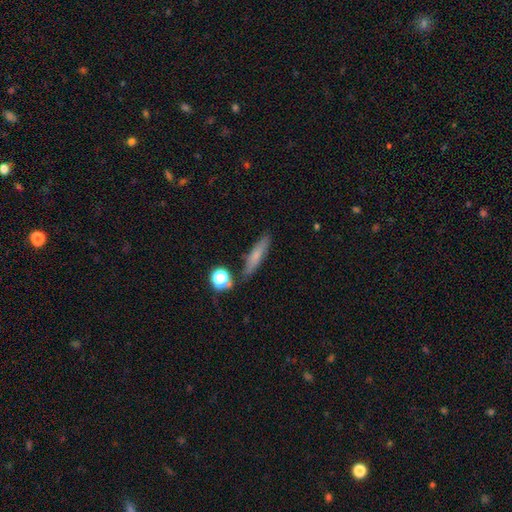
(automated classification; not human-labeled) Morphology: type=smooth (68%); roundness=cigar-shaped (77%); merging=none (78%).